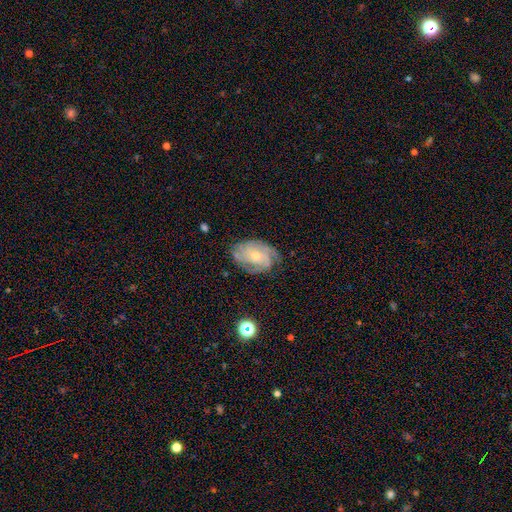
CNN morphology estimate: The model was most divided on "spiral arm count": can't tell: 36%, 3: 24%, 2: 18%, 4: 12%, 1: 5%, more than 4: 5%. More confident: edge-on disk — no (97%); spiral arms — yes (92%); smooth or featured — featured or disk (76%); bar — no (72%); merging — none (68%); bulge size — small (65%); spiral winding — tight (58%).